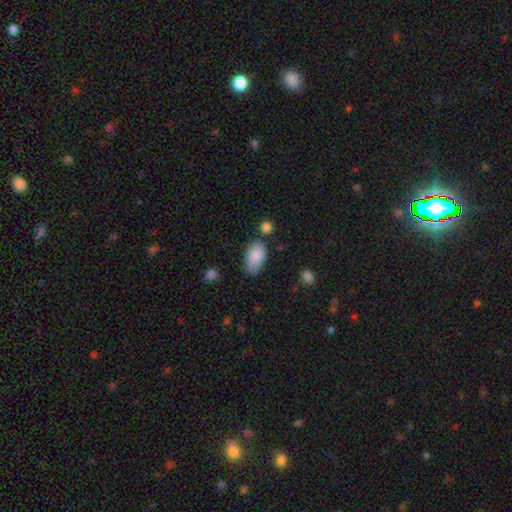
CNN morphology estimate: This is clearly a smooth galaxy (87%). How rounded: clearly in between (94%). Merging: likely none (61%).